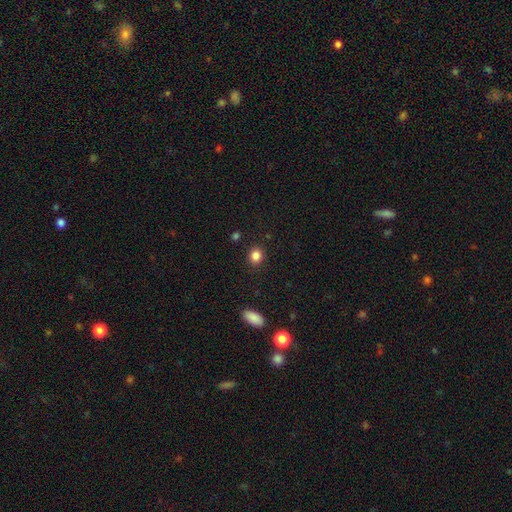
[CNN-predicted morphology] The model was most divided on "how rounded": round: 71%, in between: 28%, cigar-shaped: 1%. More confident: merging — none (89%); smooth or featured — smooth (85%).